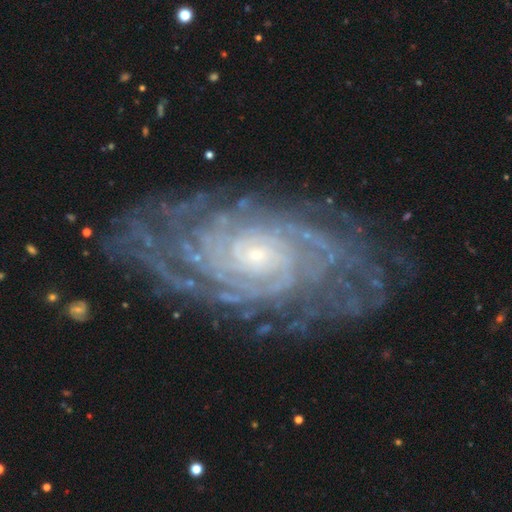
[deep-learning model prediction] The model was most divided on "spiral arm count" (2-way tie): can't tell: 28%, more than 4: 28%, 4: 15%, 2: 11%, 3: 10%, 1: 7%. More confident: spiral arms — yes (98%); edge-on disk — no (95%); smooth or featured — featured or disk (89%); spiral winding — tight (81%); merging — none (78%); bulge size — small (77%); bar — no (74%).